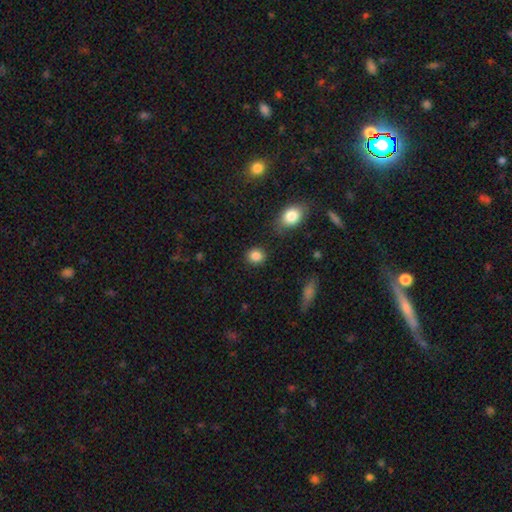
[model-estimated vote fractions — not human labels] Smooth or featured?
  - smooth: 86% *
  - star or artifact: 10%
  - featured or disk: 4%
How rounded?
  - round: 73% *
  - in between: 26%
  - cigar-shaped: 1%
Merging?
  - none: 85% *
  - minor disturbance: 10%
  - major disturbance: 3%
  - merger: 3%